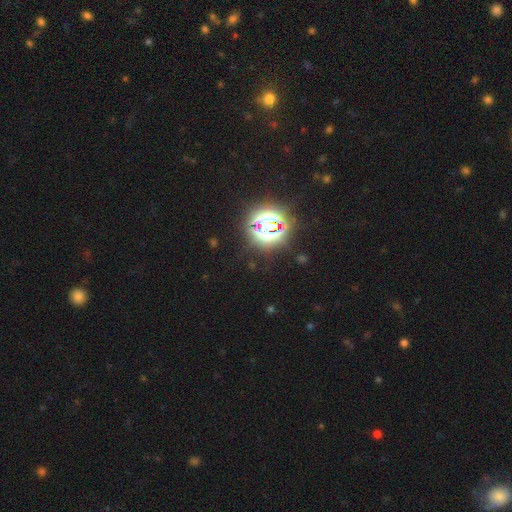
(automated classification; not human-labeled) Morphology: type=star or artifact (81%).